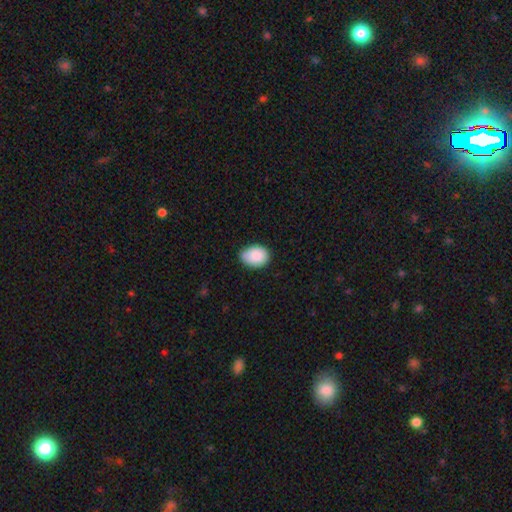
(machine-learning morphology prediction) A smooth galaxy with no disk features (87%) that is in between round and cigar-shaped (67%).

Vote fractions:
- Smooth or featured? smooth: 87% / star or artifact: 7% / featured or disk: 6%
- How rounded? in between: 67% / round: 32% / cigar-shaped: 1%
- Merging? none: 67% / minor disturbance: 27% / major disturbance: 4% / merger: 2%